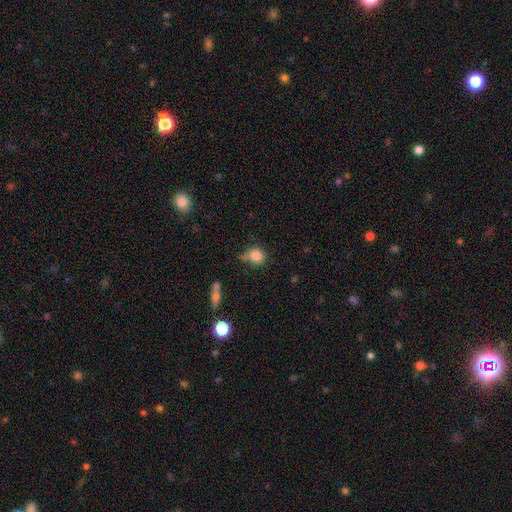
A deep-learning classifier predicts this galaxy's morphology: smooth-or-featured: smooth: 82% | star or artifact: 10% | featured or disk: 7%
  how-rounded: round: 70% | in between: 28% | cigar-shaped: 2%
  merging: none: 48% | minor disturbance: 32% | major disturbance: 11% | merger: 9%